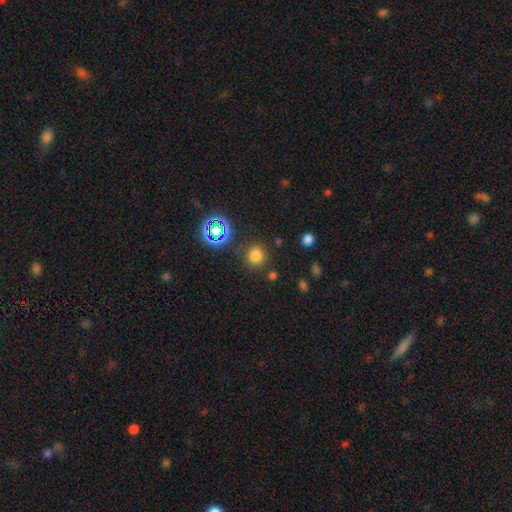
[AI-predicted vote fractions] smooth 71%, star or artifact 23%, featured or disk 6%. Down the decision tree: how rounded — round (93%); merging — none (84%).